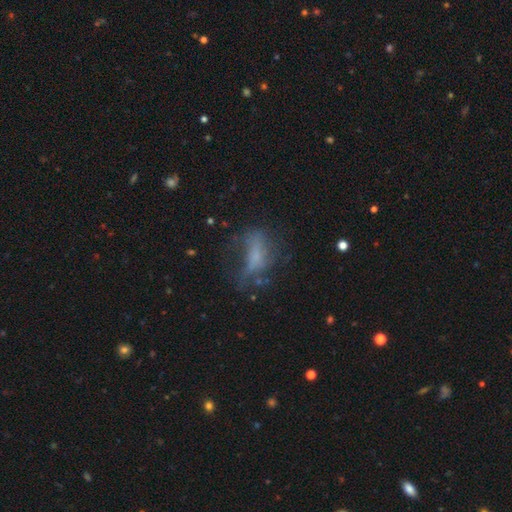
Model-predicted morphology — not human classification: A smooth galaxy with no disk features (41%). Merging: none (40%).